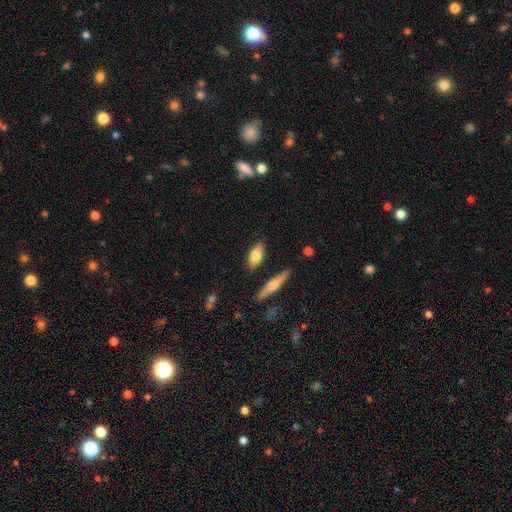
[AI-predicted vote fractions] Morphology: type=smooth (78%); roundness=in between (84%); merging=none (84%).